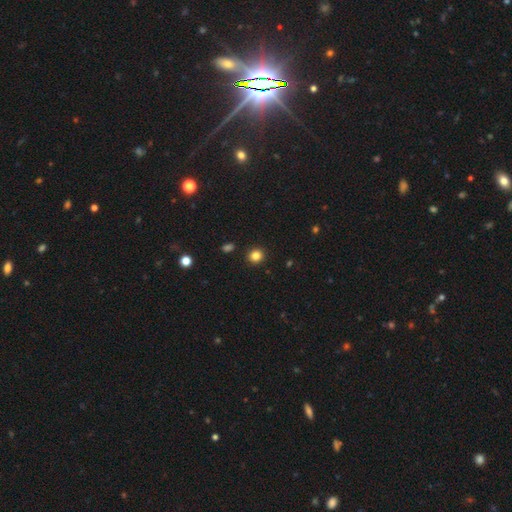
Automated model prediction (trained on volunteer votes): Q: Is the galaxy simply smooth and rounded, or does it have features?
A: smooth — 84%.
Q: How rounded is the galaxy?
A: round — 89%.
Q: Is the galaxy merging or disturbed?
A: none — 92%.